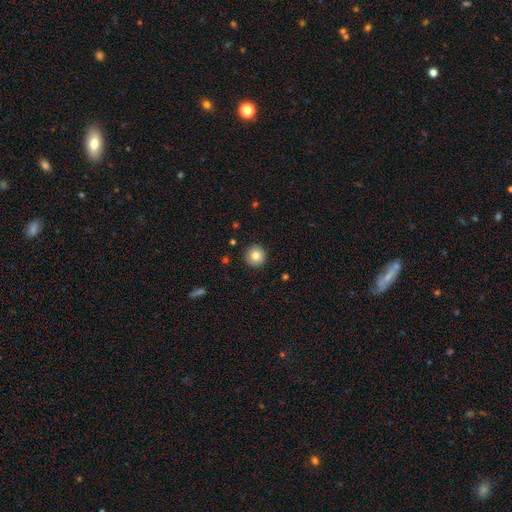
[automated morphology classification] This appears to be a smooth galaxy with no disk features (81%) that is round (96%). Merging: none (92%).